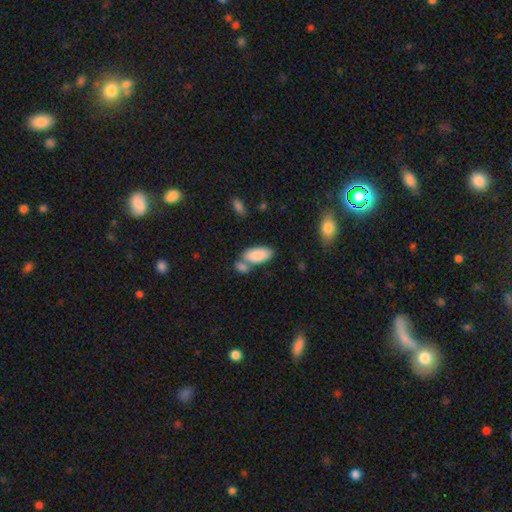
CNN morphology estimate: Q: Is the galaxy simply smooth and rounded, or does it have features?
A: smooth — 87%.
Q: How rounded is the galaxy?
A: in between — 91%.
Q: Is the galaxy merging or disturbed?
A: none — 50%.